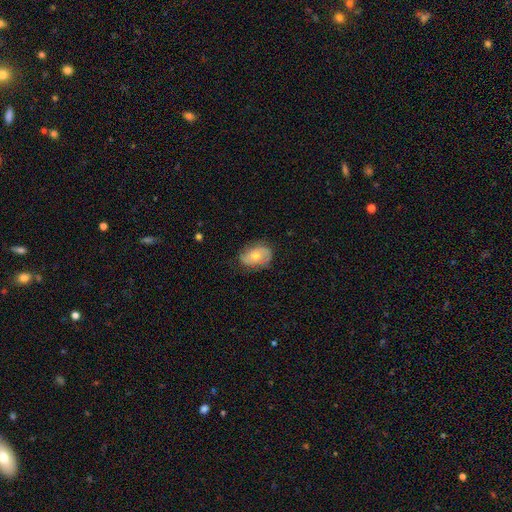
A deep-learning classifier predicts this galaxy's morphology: Smooth or featured? Predicted: featured or disk (p=0.53). Edge-on disk? Predicted: no (p=0.95). Bar? Predicted: no (p=0.75). Spiral arms? Predicted: yes (p=0.79). Bulge size? Predicted: moderate (p=0.53). Merging? Predicted: none (p=0.72).